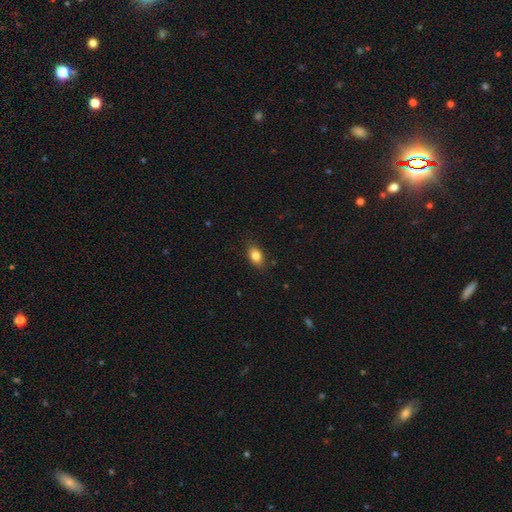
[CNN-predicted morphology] A smooth galaxy with no disk features (83%) that is in between round and cigar-shaped (84%).

Vote fractions:
- Smooth or featured? smooth: 83% / star or artifact: 9% / featured or disk: 8%
- How rounded? in between: 84% / round: 13% / cigar-shaped: 2%
- Merging? none: 84% / minor disturbance: 12% / major disturbance: 3% / merger: 1%